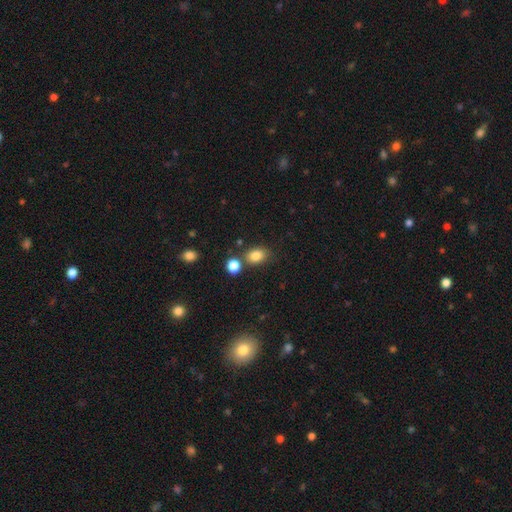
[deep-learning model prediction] smooth 84%, star or artifact 11%, featured or disk 6%. Down the decision tree: how rounded — in between (66%); merging — none (69%).